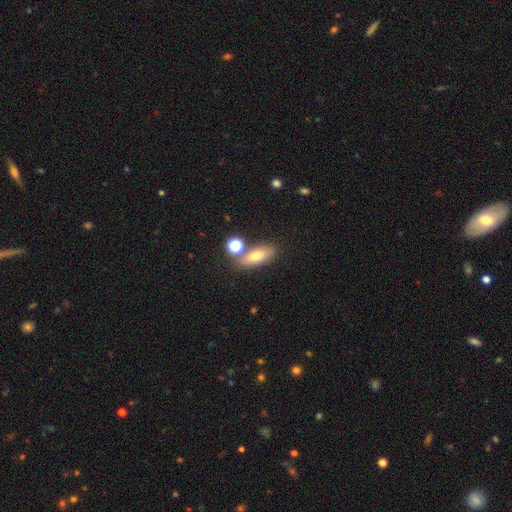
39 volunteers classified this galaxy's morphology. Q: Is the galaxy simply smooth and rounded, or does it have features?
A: smooth — 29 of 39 (74%).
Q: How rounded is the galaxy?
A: in between — 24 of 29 (83%).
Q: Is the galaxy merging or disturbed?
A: none — 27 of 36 (75%).